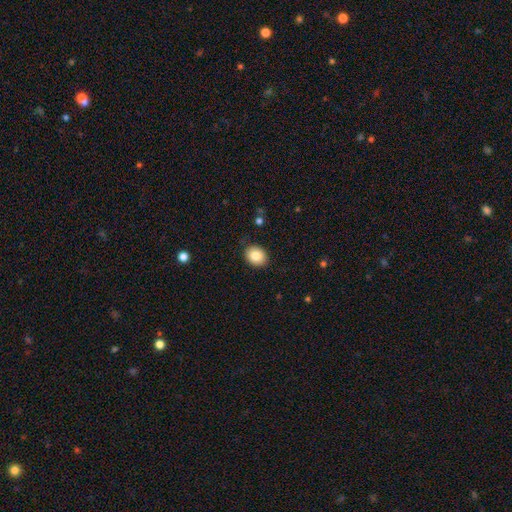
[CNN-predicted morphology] Overall: smooth (83%). How rounded: round (55%; in between 44%). Merging: none (90%).